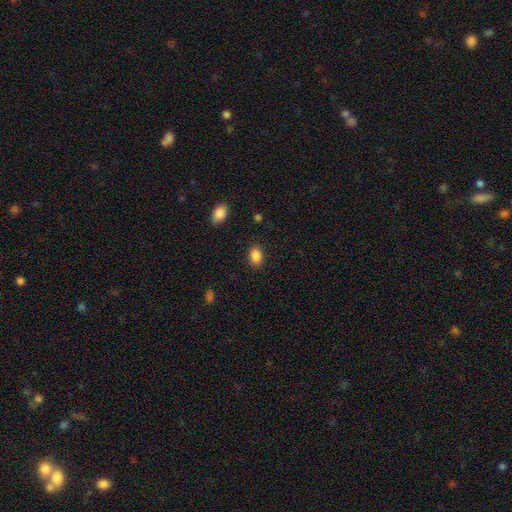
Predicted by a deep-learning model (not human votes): smooth-or-featured: smooth: 87% | star or artifact: 9% | featured or disk: 4%
  how-rounded: in between: 71% | round: 28% | cigar-shaped: 1%
  merging: none: 87% | minor disturbance: 9% | major disturbance: 3% | merger: 1%